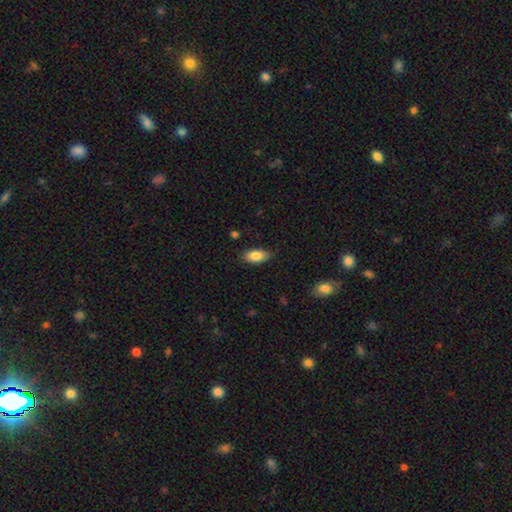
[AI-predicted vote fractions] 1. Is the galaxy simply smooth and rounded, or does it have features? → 85% smooth, 8% featured or disk, 7% star or artifact.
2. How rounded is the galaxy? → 90% in between, 6% cigar-shaped, 4% round.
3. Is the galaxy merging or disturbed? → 80% none, 16% minor disturbance, 3% major disturbance, 1% merger.